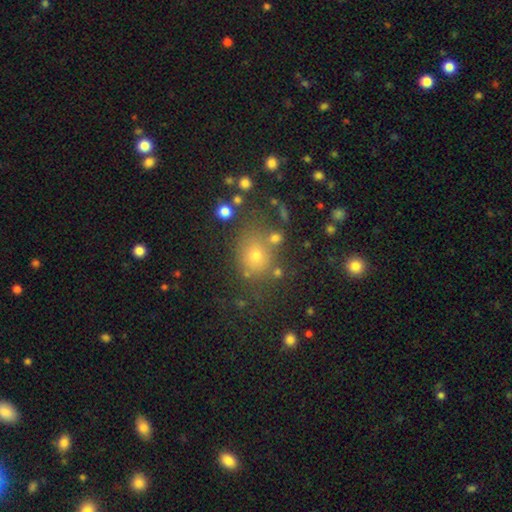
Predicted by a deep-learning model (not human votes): Smooth or featured? Predicted: smooth (p=0.66). How rounded? Predicted: round (p=0.66). Merging? Predicted: none (p=0.71).